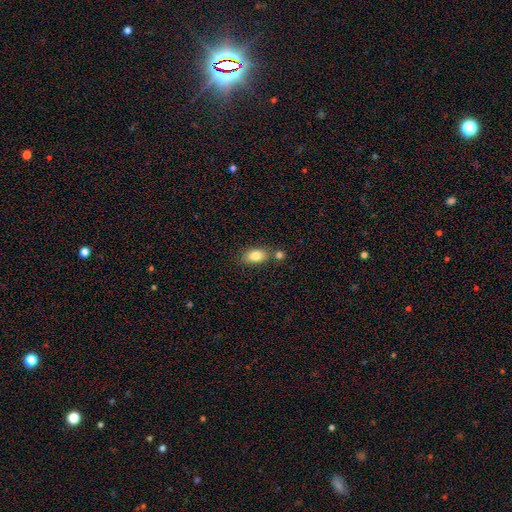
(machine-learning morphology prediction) type=smooth (82%); roundness=in between (86%); merging=none (64%).